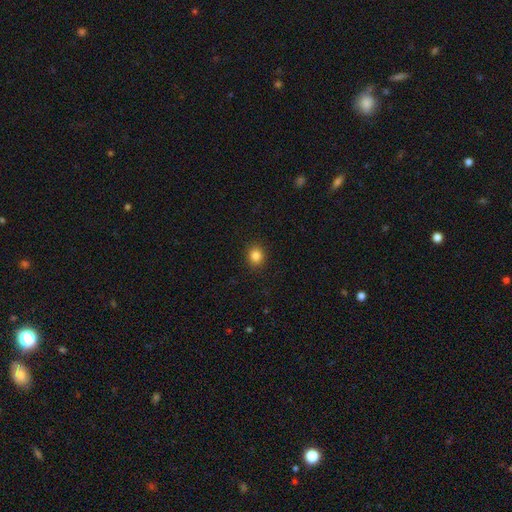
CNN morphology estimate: smooth 85%, star or artifact 11%, featured or disk 4%. Down the decision tree: how rounded — round (72%); merging — none (90%).